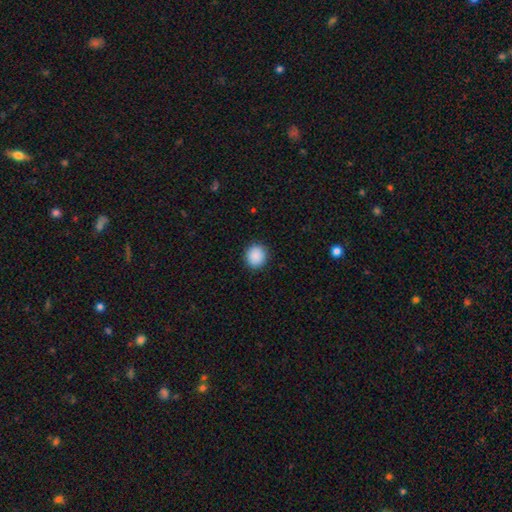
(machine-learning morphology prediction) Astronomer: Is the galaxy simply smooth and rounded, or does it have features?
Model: smooth — 90%.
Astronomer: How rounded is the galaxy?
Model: round — 86%.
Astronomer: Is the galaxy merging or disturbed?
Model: none — 90%.